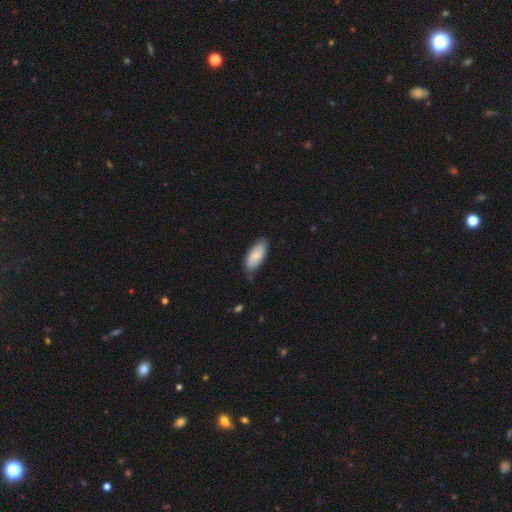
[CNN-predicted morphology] Smooth or featured: smooth — 76% (featured or disk — 19%)
How rounded: in between — 86% (cigar-shaped — 12%)
Merging: none — 79% (minor disturbance — 17%)